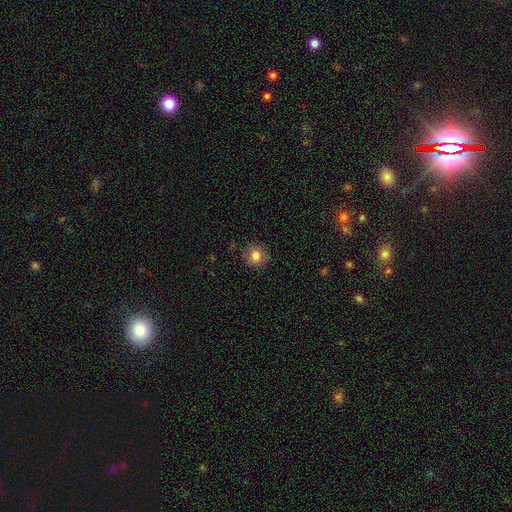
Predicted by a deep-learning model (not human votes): A smooth galaxy with no disk features (82%) that is round (90%). Merging: none (89%).